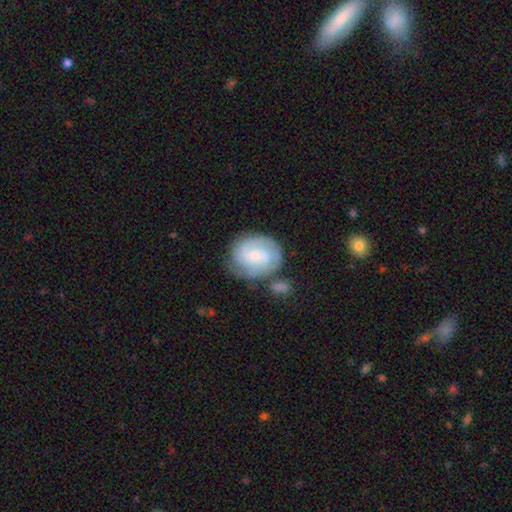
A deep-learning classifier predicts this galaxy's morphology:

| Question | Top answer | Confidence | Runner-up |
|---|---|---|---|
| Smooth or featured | featured or disk | 71% | smooth (23%) |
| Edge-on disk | no | 98% | yes (2%) |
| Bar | no | 60% | weak (34%) |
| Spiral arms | yes | 94% | no (6%) |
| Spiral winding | tight | 62% | medium (31%) |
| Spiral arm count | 2 | 40% | can't tell (24%) |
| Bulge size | small | 60% | moderate (29%) |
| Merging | none | 64% | minor disturbance (18%) |